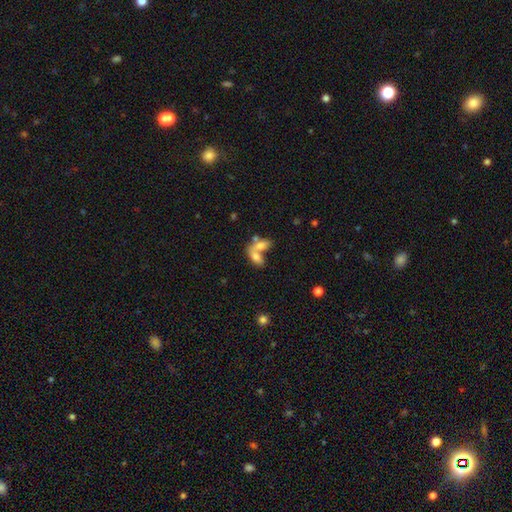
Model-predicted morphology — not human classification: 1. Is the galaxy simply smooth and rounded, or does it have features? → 71% smooth, 20% featured or disk, 9% star or artifact.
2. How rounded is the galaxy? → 85% in between, 8% round, 7% cigar-shaped.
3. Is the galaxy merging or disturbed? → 69% merger, 20% none, 6% minor disturbance, 5% major disturbance.